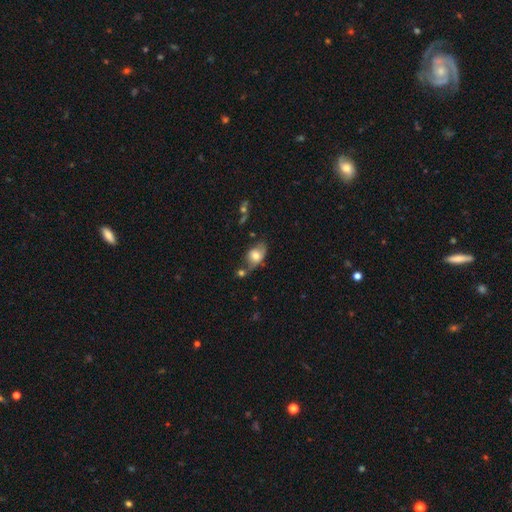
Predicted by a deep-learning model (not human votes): Q: Smooth or featured?
A: smooth (68%); runner-up: featured or disk (24%)
Q: How rounded?
A: in between (81%); runner-up: round (17%)
Q: Merging?
A: none (42%); runner-up: minor disturbance (26%)